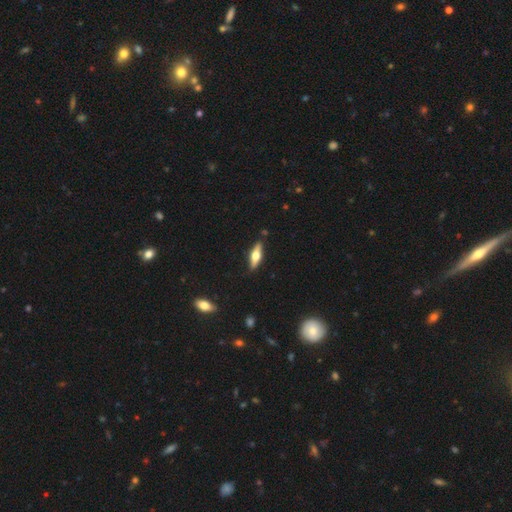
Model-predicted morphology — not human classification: Smooth or featured? Predicted: featured or disk (p=0.54). Edge-on disk? Predicted: yes (p=0.91). Merging? Predicted: none (p=0.85).